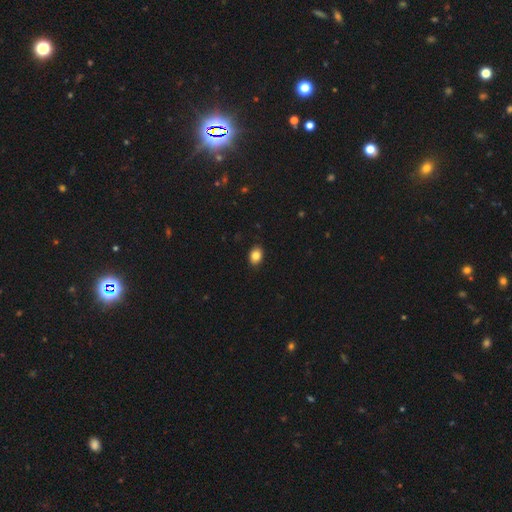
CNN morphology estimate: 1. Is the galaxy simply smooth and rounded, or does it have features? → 85% smooth, 9% star or artifact, 6% featured or disk.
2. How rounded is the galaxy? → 69% in between, 30% round, 1% cigar-shaped.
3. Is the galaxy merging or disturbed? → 89% none, 8% minor disturbance, 2% major disturbance, 1% merger.